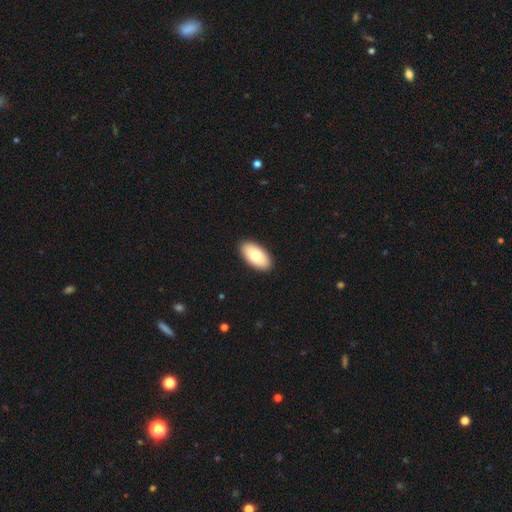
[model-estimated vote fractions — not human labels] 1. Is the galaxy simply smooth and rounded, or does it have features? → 77% smooth, 17% featured or disk, 6% star or artifact.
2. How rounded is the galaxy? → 95% in between, 2% cigar-shaped, 2% round.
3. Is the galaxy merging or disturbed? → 92% none, 6% minor disturbance, 1% major disturbance, 1% merger.